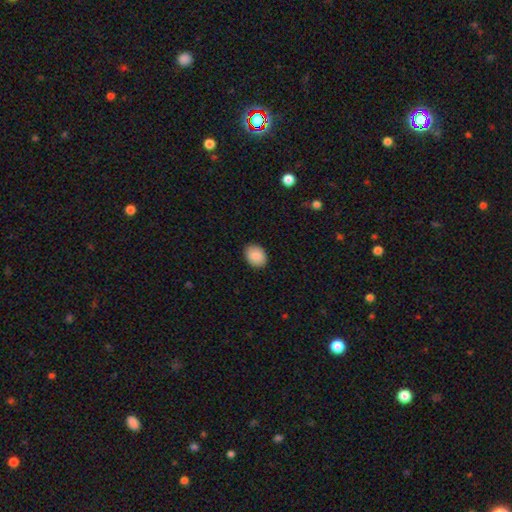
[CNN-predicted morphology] This is clearly a smooth galaxy (89%). How rounded: likely in between (66%). Merging: clearly none (89%).